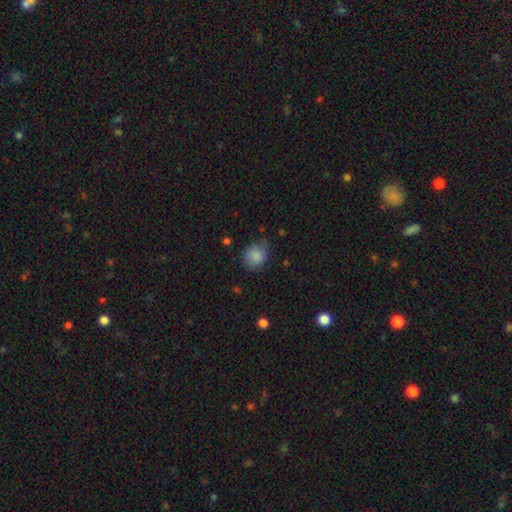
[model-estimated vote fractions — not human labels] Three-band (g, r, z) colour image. It shows a smooth galaxy with no disk features (84%) that is round (52%). Merging: none (65%).